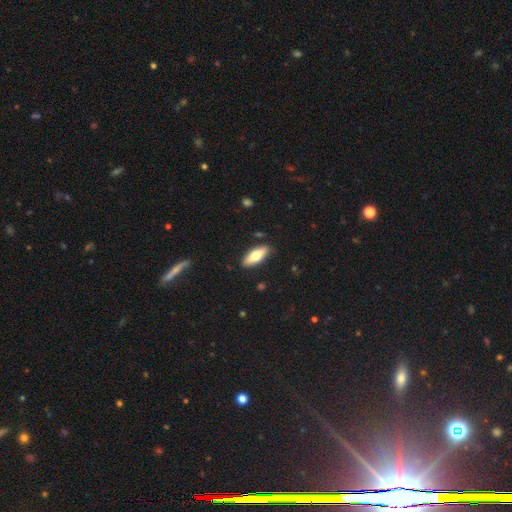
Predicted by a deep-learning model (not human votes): This appears to be a smooth galaxy with no disk features (70%) that is in between round and cigar-shaped (71%). Merging: none (88%).